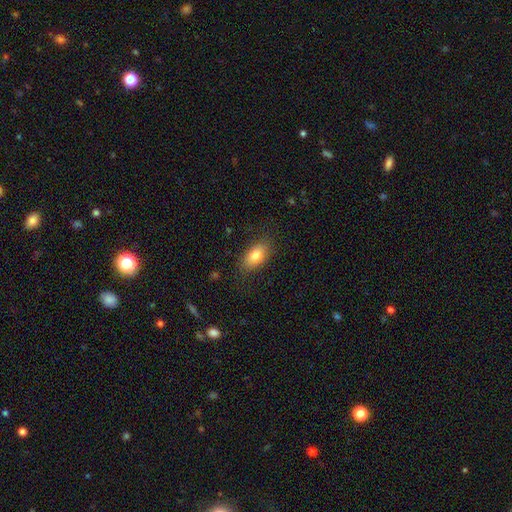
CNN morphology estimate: smooth-or-featured: smooth: 80% | featured or disk: 13% | star or artifact: 8%
  how-rounded: in between: 89% | round: 7% | cigar-shaped: 4%
  merging: none: 81% | minor disturbance: 13% | major disturbance: 4% | merger: 1%